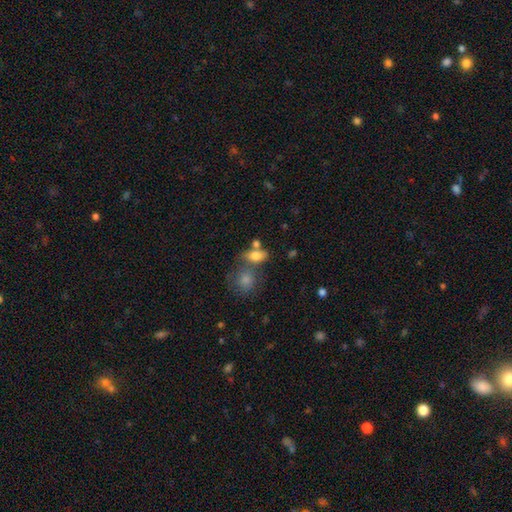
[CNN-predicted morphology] smooth_or_featured: smooth (p=0.77) [alt: featured or disk p=0.13]
how_rounded: in between (p=0.77) [alt: round p=0.17]
merging: none (p=0.41) [alt: merger p=0.37]